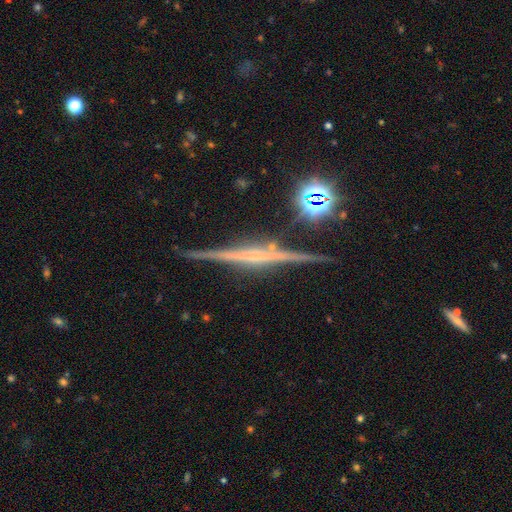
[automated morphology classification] This is clearly a featured or disk galaxy (82%). It is clearly viewed edge-on (98%). Edge-on bulge: marginally rounded (39%). Merging: clearly none (87%).